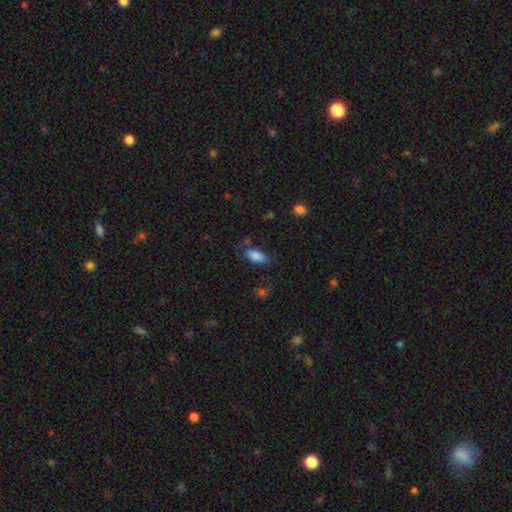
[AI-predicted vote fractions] smooth_or_featured: smooth (p=0.84) [alt: featured or disk p=0.08]
how_rounded: in between (p=0.89) [alt: cigar-shaped p=0.08]
merging: none (p=0.67) [alt: minor disturbance p=0.21]